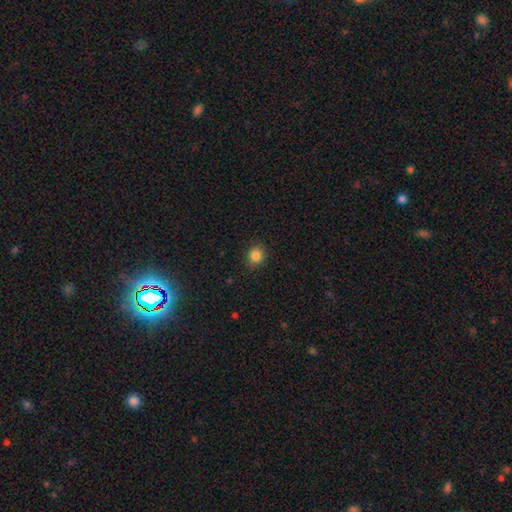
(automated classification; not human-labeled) smooth_or_featured: smooth (p=0.85) [alt: star or artifact p=0.11]
how_rounded: round (p=0.83) [alt: in between p=0.17]
merging: none (p=0.90) [alt: minor disturbance p=0.07]